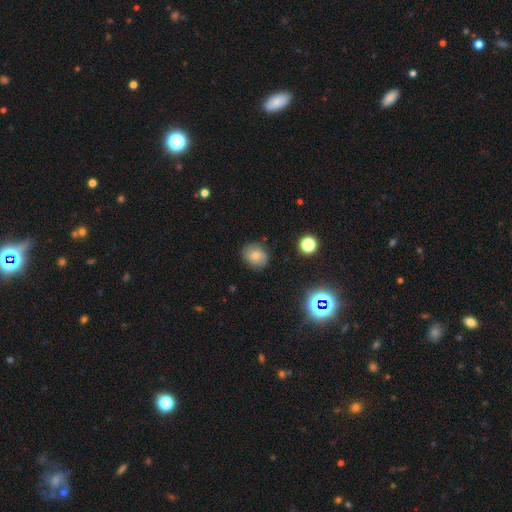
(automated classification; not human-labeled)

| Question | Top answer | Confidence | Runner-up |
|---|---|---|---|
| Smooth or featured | smooth | 68% | featured or disk (19%) |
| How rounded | round | 65% | in between (34%) |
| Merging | none | 80% | minor disturbance (15%) |